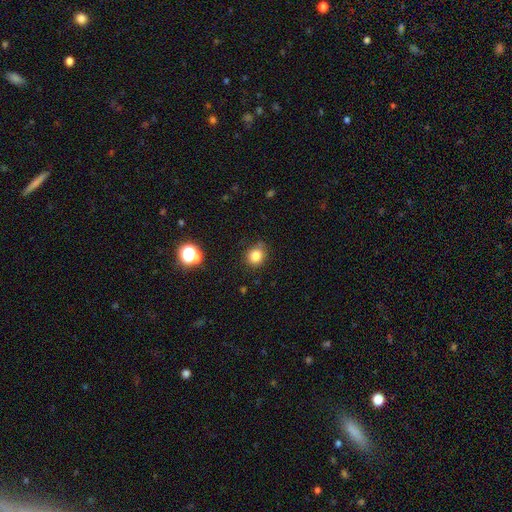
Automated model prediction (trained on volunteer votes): Smooth or featured? smooth (81%)
How rounded? round (85%)
Merging? none (80%)